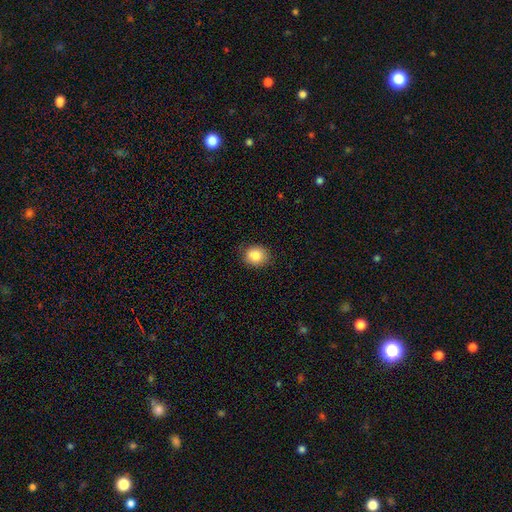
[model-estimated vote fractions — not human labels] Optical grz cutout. It shows a smooth galaxy with no disk features (84%) that is round (70%). Merging: none (86%).